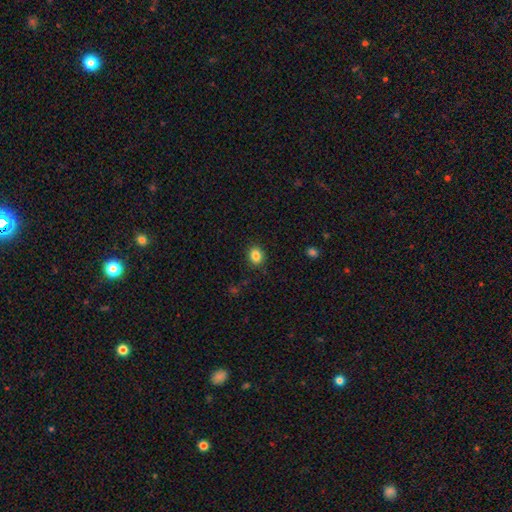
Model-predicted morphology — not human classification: smooth 85%, star or artifact 10%, featured or disk 5%. Down the decision tree: how rounded — round (61%); merging — none (89%).